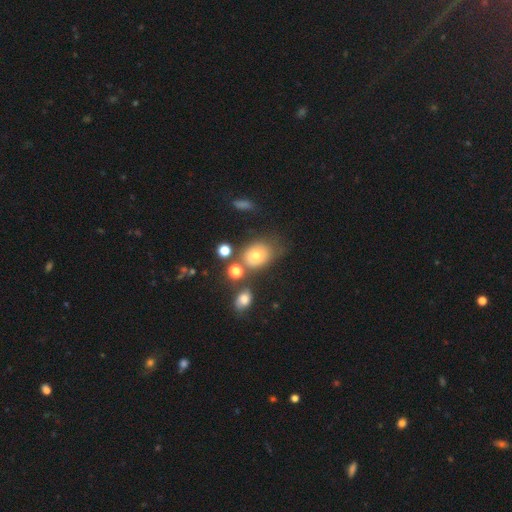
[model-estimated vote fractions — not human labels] Morphology: type=smooth (64%); roundness=round (51%); merging=none (56%).